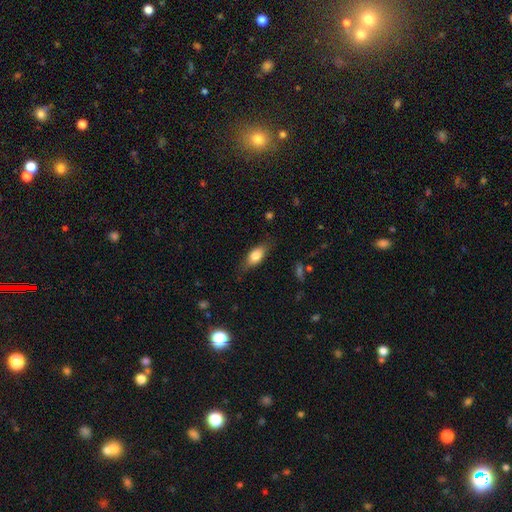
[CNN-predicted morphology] Smooth or featured?
  - smooth: 76% *
  - featured or disk: 17%
  - star or artifact: 7%
How rounded?
  - in between: 81% *
  - cigar-shaped: 15%
  - round: 4%
Merging?
  - none: 76% *
  - minor disturbance: 18%
  - major disturbance: 5%
  - merger: 1%